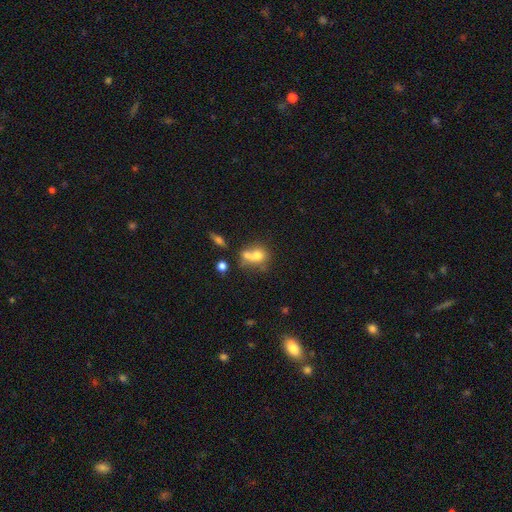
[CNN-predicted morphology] Smooth or featured?
  - smooth: 66% *
  - featured or disk: 21%
  - star or artifact: 13%
How rounded?
  - round: 53% *
  - in between: 43%
  - cigar-shaped: 4%
Merging?
  - merger: 47% *
  - none: 29%
  - minor disturbance: 13%
  - major disturbance: 11%